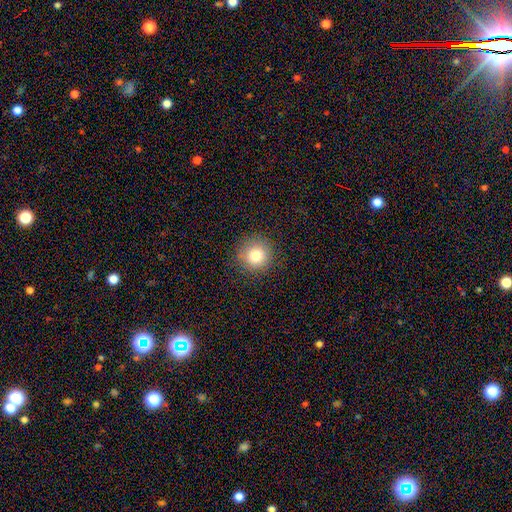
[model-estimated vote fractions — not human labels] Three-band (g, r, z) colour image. It shows a smooth galaxy with no disk features (80%) that is round (94%). Merging: none (89%).